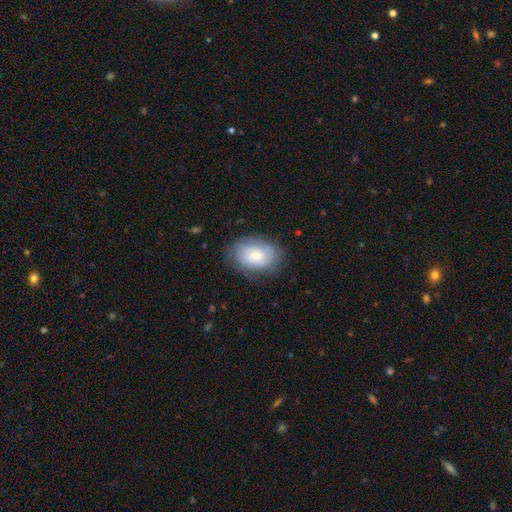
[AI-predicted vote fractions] The model was most divided on "smooth or featured": smooth: 54%, featured or disk: 38%, star or artifact: 8%. More confident: how rounded — in between (78%); merging — none (75%).